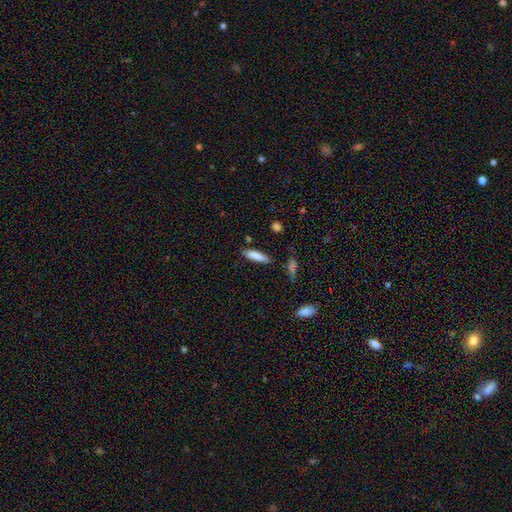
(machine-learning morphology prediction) Smooth or featured? smooth (84%)
How rounded? cigar-shaped (68%)
Merging? none (81%)